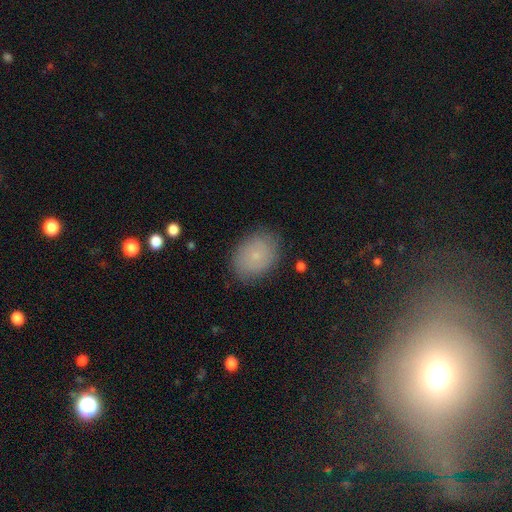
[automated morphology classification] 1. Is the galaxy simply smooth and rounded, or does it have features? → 71% smooth, 18% featured or disk, 10% star or artifact.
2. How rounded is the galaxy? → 67% in between, 32% round, 1% cigar-shaped.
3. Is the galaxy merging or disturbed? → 82% none, 13% minor disturbance, 4% major disturbance, 1% merger.